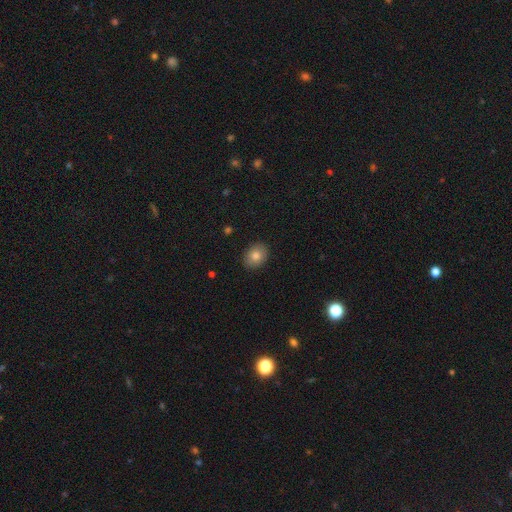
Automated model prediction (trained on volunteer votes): Q: Smooth or featured?
A: smooth (82%); runner-up: featured or disk (9%)
Q: How rounded?
A: in between (60%); runner-up: round (39%)
Q: Merging?
A: none (89%); runner-up: minor disturbance (8%)